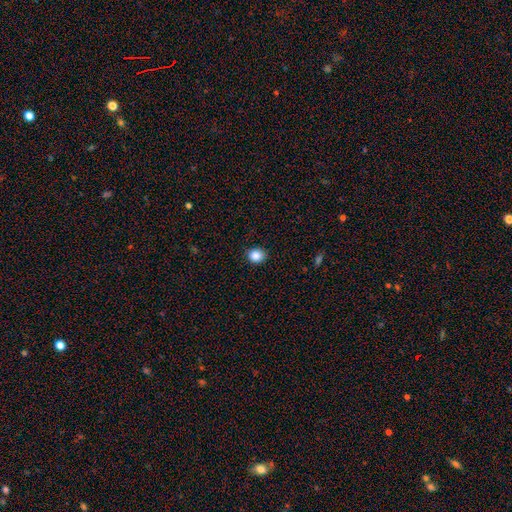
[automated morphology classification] type=smooth (87%); roundness=round (68%); merging=none (90%).